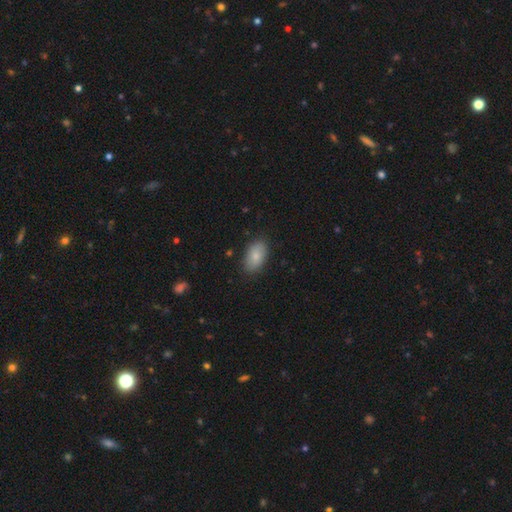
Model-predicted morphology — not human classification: smooth-or-featured: smooth: 83% | featured or disk: 10% | star or artifact: 7%
  how-rounded: in between: 93% | round: 5% | cigar-shaped: 2%
  merging: none: 84% | minor disturbance: 12% | major disturbance: 3% | merger: 1%